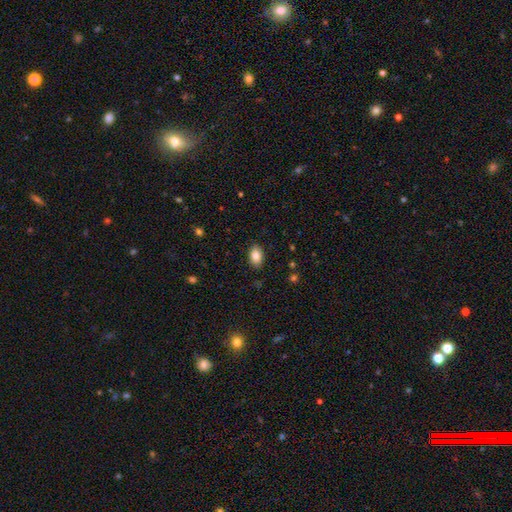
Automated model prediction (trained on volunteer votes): A smooth galaxy with no disk features (85%) that is in between round and cigar-shaped (87%).

Vote fractions:
- Smooth or featured? smooth: 85% / star or artifact: 8% / featured or disk: 7%
- How rounded? in between: 87% / round: 11% / cigar-shaped: 1%
- Merging? none: 87% / minor disturbance: 10% / major disturbance: 2% / merger: 1%